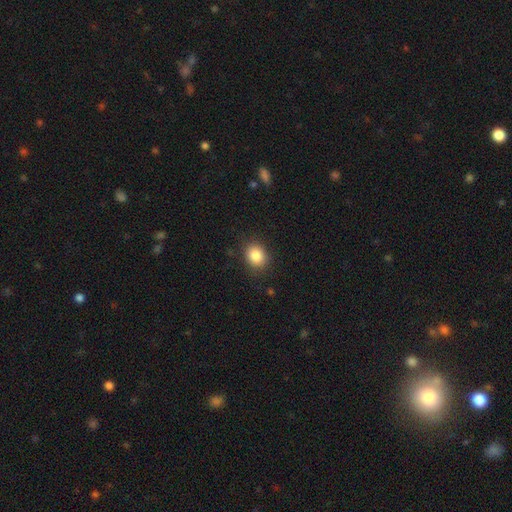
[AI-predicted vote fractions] The model was most divided on "how rounded": round: 61%, in between: 38%, cigar-shaped: 1%. More confident: merging — none (86%); smooth or featured — smooth (86%).